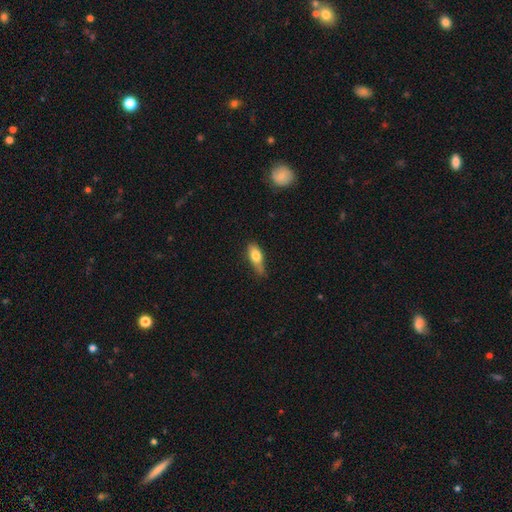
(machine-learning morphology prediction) Smooth or featured? smooth (72%)
How rounded? in between (70%)
Merging? none (53%)